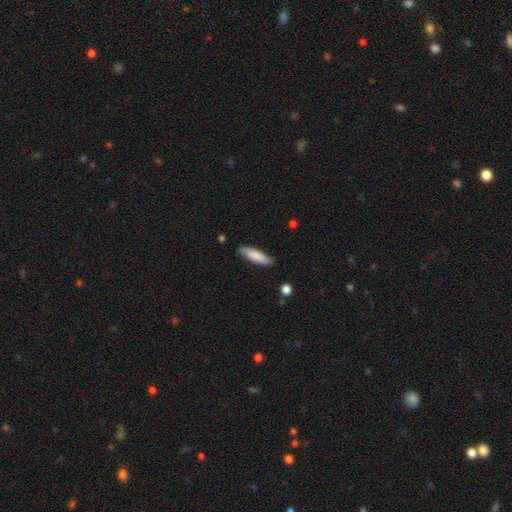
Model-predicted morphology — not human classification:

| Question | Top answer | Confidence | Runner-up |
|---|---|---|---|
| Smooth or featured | smooth | 82% | featured or disk (13%) |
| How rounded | cigar-shaped | 66% | in between (32%) |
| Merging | none | 84% | minor disturbance (13%) |